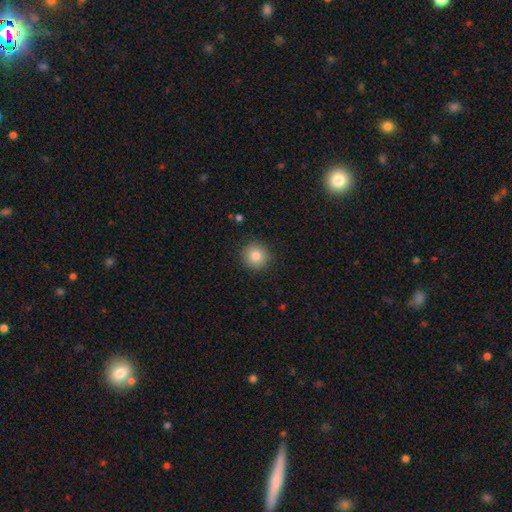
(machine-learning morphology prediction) Smooth or featured: smooth — 83% (star or artifact — 10%)
How rounded: round — 93% (in between — 6%)
Merging: none — 91% (minor disturbance — 6%)